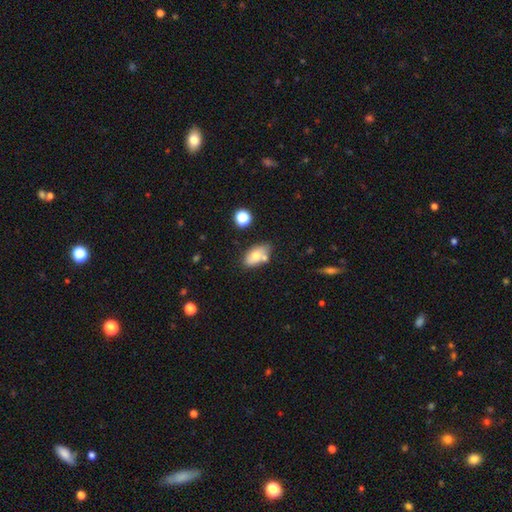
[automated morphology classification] smooth 68%, featured or disk 23%, star or artifact 9%. Down the decision tree: how rounded — in between (89%); merging — none (58%).